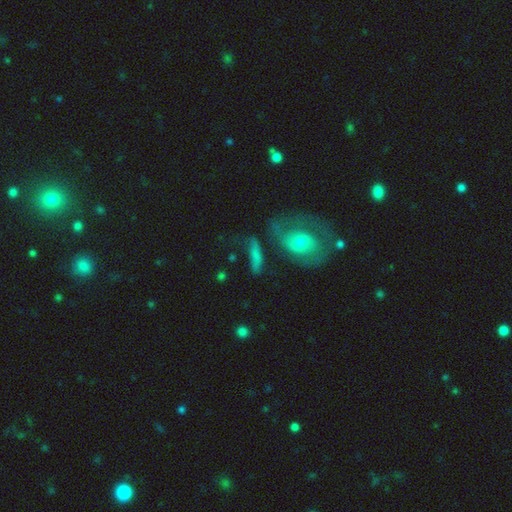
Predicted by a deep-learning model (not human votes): Smooth or featured? smooth (54%)
How rounded? cigar-shaped (51%)
Merging? none (52%)